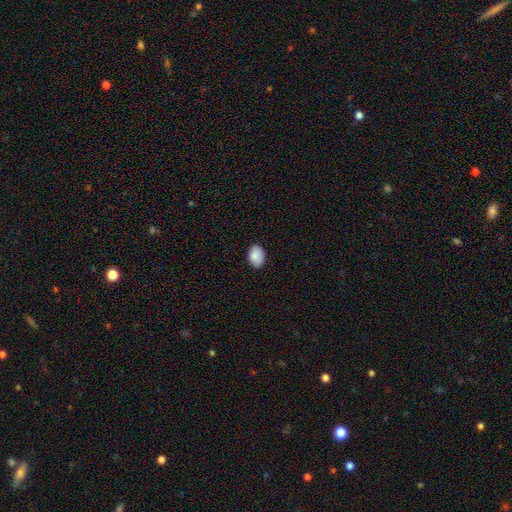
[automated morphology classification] A smooth galaxy with no disk features (88%) that is in between round and cigar-shaped (83%).

Vote fractions:
- Smooth or featured? smooth: 88% / star or artifact: 7% / featured or disk: 5%
- How rounded? in between: 83% / round: 16% / cigar-shaped: 1%
- Merging? none: 86% / minor disturbance: 11% / major disturbance: 2% / merger: 1%